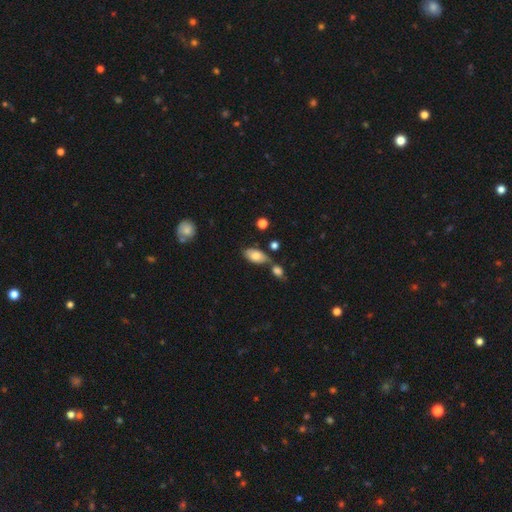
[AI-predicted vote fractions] The model was most divided on "merging": none: 56%, merger: 22%, minor disturbance: 17%, major disturbance: 5%. More confident: how rounded — in between (92%); smooth or featured — smooth (77%).